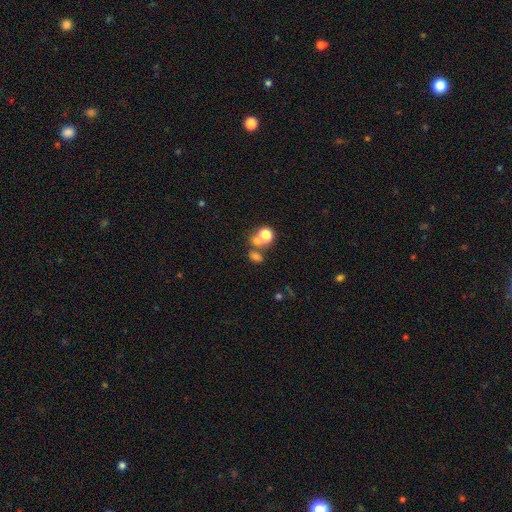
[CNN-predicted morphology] Smooth or featured? smooth (54%)
How rounded? round (57%)
Merging? none (48%)